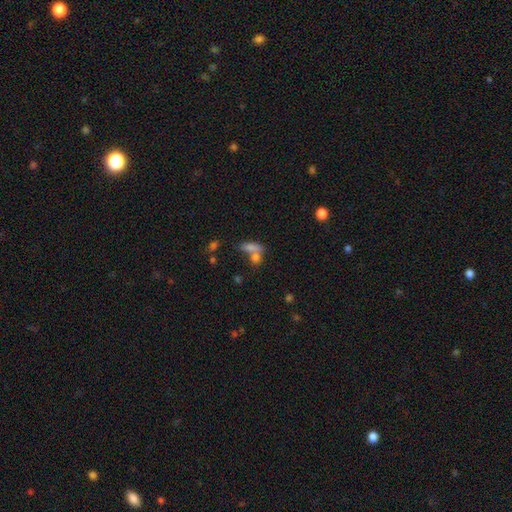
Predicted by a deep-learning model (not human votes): Morphology: type=smooth (75%); roundness=in between (65%); merging=merger (51%).